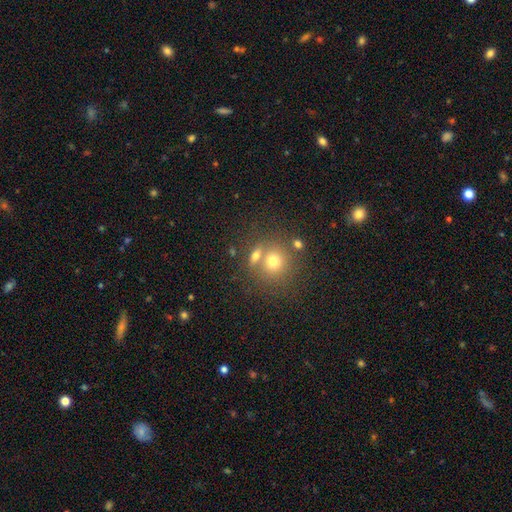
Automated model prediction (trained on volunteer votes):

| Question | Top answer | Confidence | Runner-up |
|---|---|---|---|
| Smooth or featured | smooth | 69% | featured or disk (17%) |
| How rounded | round | 65% | in between (31%) |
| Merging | none | 51% | merger (35%) |